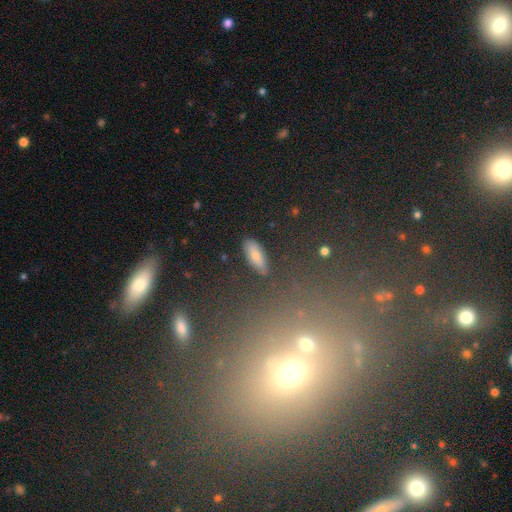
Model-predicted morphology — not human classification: type=smooth (69%); roundness=in between (76%); merging=none (80%).